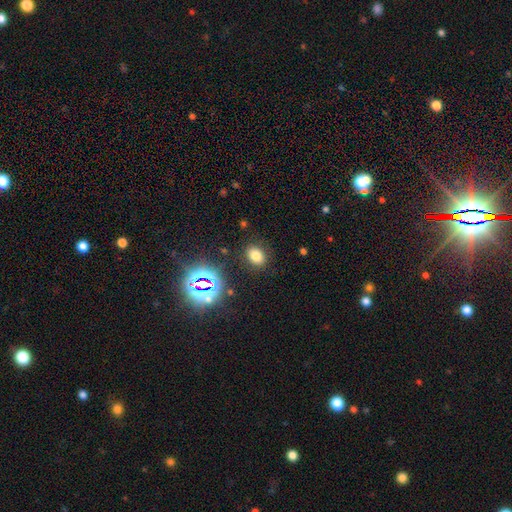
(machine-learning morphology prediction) A smooth galaxy with no disk features (70%) that is in between round and cigar-shaped (68%). Merging: none (86%).